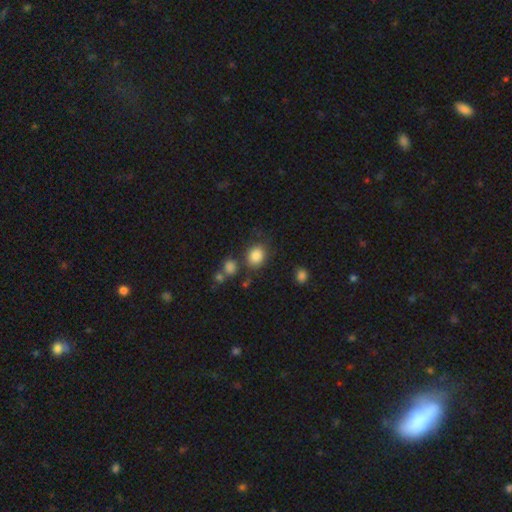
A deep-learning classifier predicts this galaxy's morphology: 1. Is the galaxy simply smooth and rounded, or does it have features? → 85% smooth, 10% star or artifact, 5% featured or disk.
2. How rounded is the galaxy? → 60% round, 39% in between, 1% cigar-shaped.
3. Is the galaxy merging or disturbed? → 73% none, 14% minor disturbance, 8% merger, 5% major disturbance.